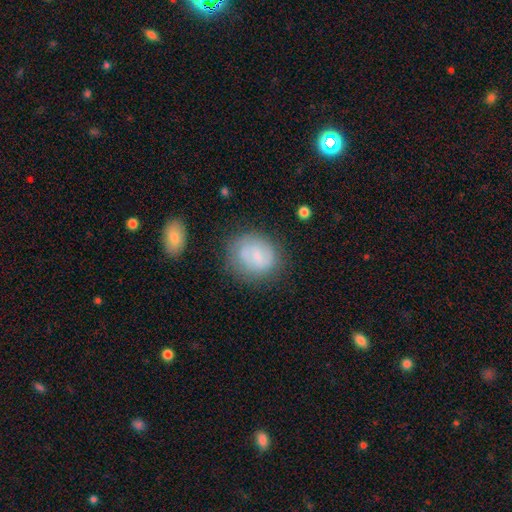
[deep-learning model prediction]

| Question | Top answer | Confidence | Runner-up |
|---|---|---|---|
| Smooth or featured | smooth | 58% | featured or disk (34%) |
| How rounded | round | 68% | in between (31%) |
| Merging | none | 66% | minor disturbance (21%) |